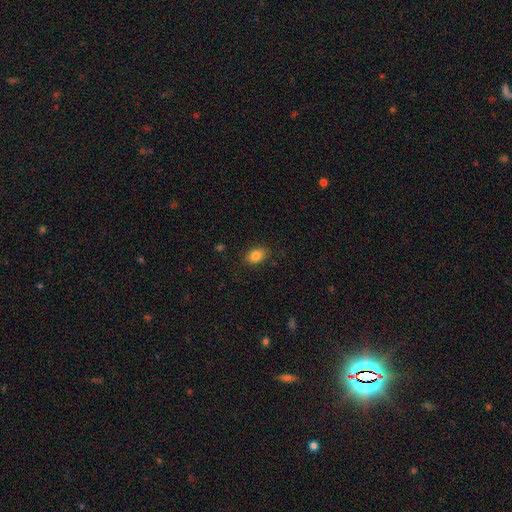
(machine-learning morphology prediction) smooth 84%, star or artifact 9%, featured or disk 7%. Down the decision tree: how rounded — in between (78%); merging — none (84%).